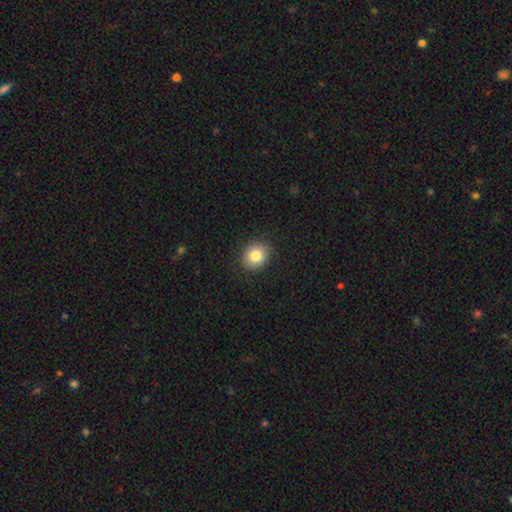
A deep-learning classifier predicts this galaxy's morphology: The model was most divided on "how rounded": round: 67%, in between: 32%, cigar-shaped: 1%. More confident: merging — none (89%); smooth or featured — smooth (84%).